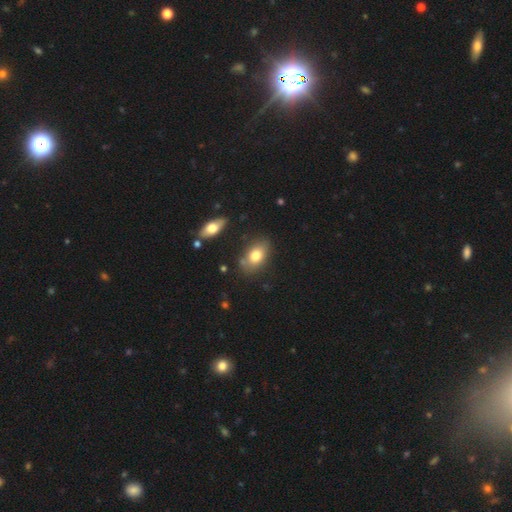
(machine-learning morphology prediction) Smooth or featured?
  - smooth: 77% *
  - featured or disk: 15%
  - star or artifact: 8%
How rounded?
  - in between: 86% *
  - round: 11%
  - cigar-shaped: 3%
Merging?
  - none: 76% *
  - minor disturbance: 15%
  - merger: 5%
  - major disturbance: 4%